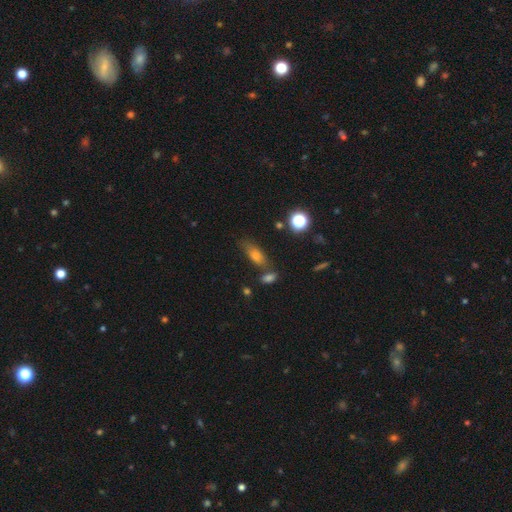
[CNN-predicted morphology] This is likely a smooth galaxy (64%). How rounded: likely in between (64%). Merging: likely none (62%).